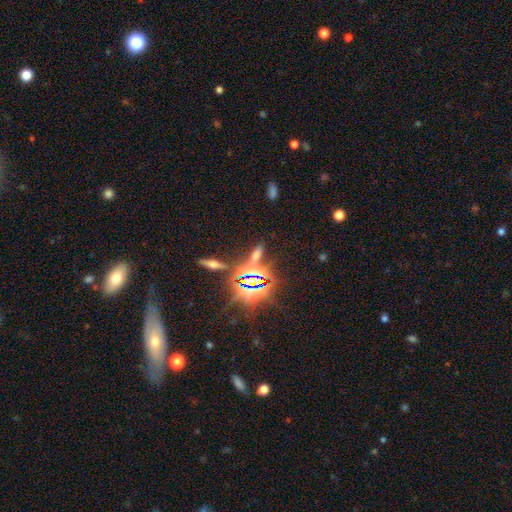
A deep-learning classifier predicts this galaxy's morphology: The model was most divided on "smooth or featured": star or artifact: 49%, smooth: 35%, featured or disk: 16%.